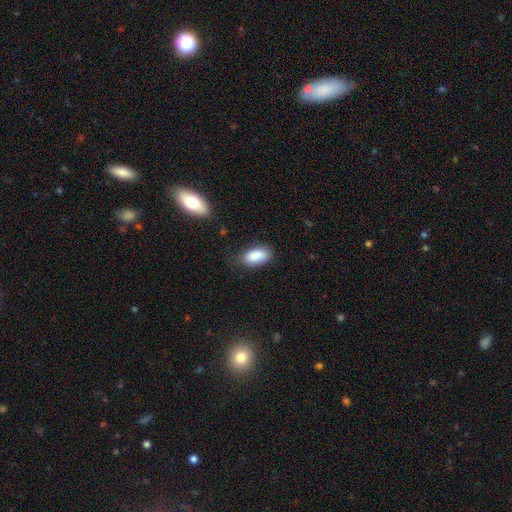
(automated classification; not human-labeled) Q: Smooth or featured?
A: smooth (88%); runner-up: star or artifact (7%)
Q: How rounded?
A: in between (92%); runner-up: cigar-shaped (4%)
Q: Merging?
A: none (77%); runner-up: minor disturbance (17%)